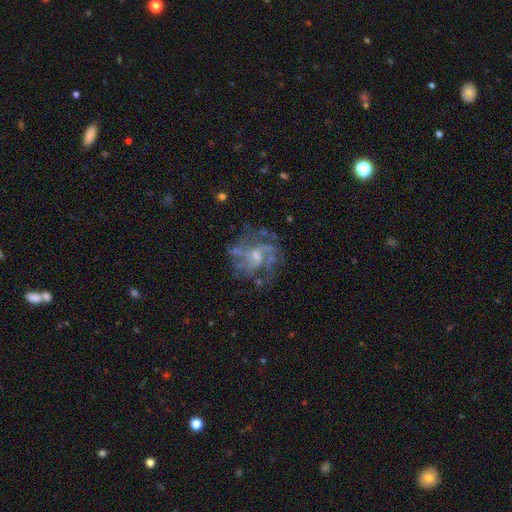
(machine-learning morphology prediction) A featured or disk galaxy (81%) with no bar (57%), medium (47%) spiral arms (88%) and a small central bulge (49%). Merging: none (66%).